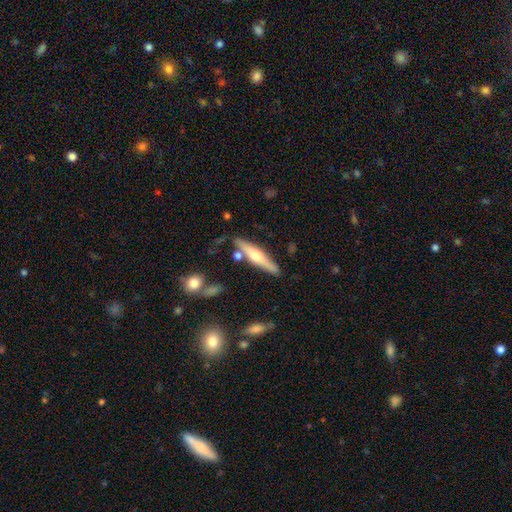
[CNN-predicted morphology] Q: Smooth or featured?
A: featured or disk (56%); runner-up: smooth (38%)
Q: Edge-on disk?
A: yes (94%); runner-up: no (6%)
Q: Edge-on bulge?
A: rounded (90%); runner-up: none (5%)
Q: Merging?
A: none (81%); runner-up: minor disturbance (11%)